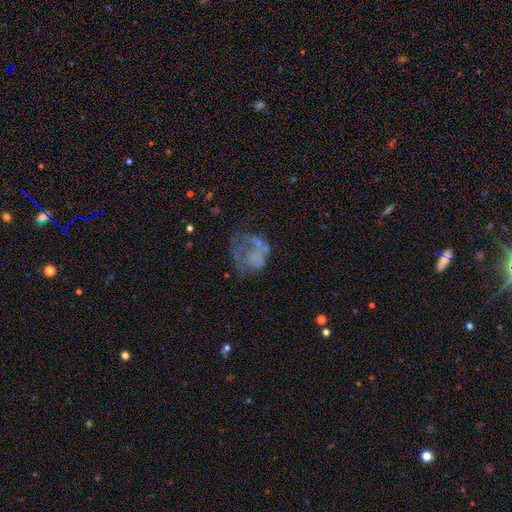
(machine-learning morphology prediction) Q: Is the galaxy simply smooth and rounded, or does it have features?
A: featured or disk — 49%.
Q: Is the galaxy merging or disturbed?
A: major disturbance — 42%.